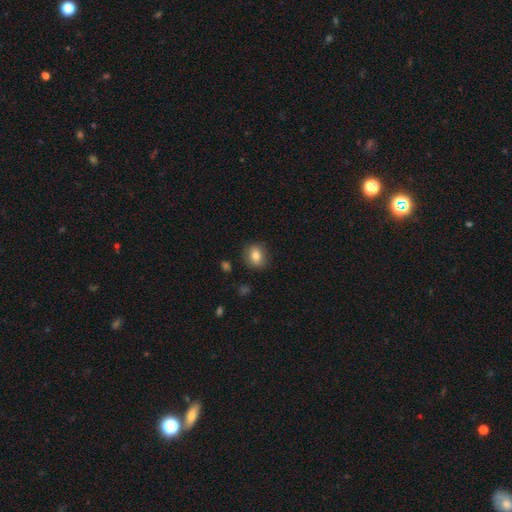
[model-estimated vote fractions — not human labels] smooth-or-featured: smooth: 81% | featured or disk: 10% | star or artifact: 9%
  how-rounded: round: 61% | in between: 38% | cigar-shaped: 1%
  merging: none: 85% | minor disturbance: 11% | major disturbance: 3% | merger: 1%